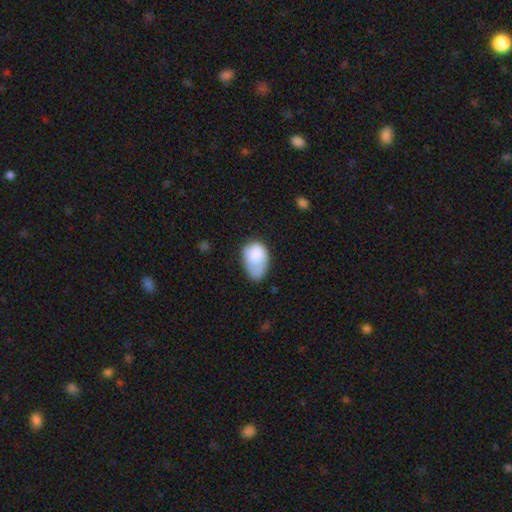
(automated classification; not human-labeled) The model was most divided on "merging": minor disturbance: 38%, none: 33%, major disturbance: 22%, merger: 7%. More confident: how rounded — in between (87%); smooth or featured — smooth (77%).